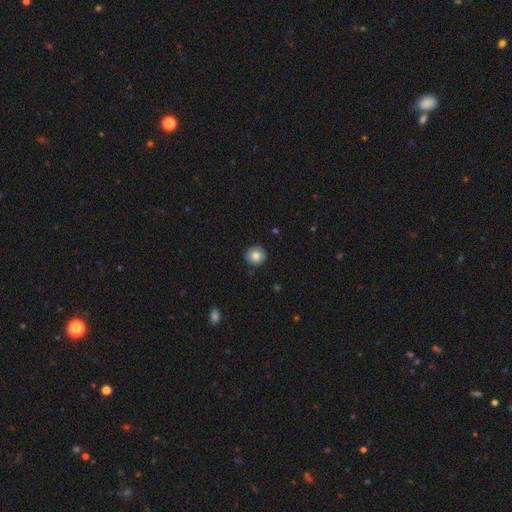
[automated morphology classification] Smooth or featured?
  - smooth: 81% *
  - featured or disk: 11%
  - star or artifact: 9%
How rounded?
  - round: 94% *
  - in between: 5%
  - cigar-shaped: 1%
Merging?
  - none: 89% *
  - minor disturbance: 8%
  - major disturbance: 2%
  - merger: 1%